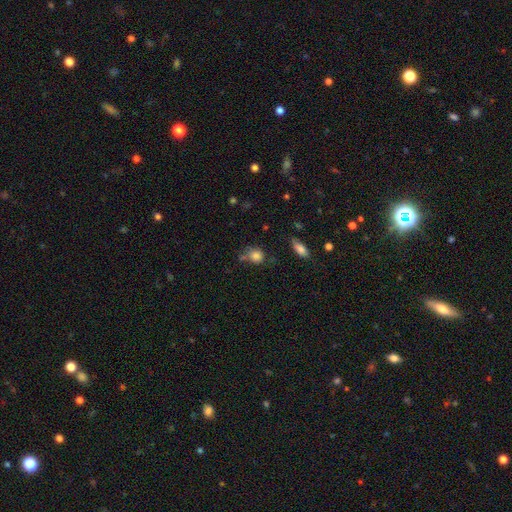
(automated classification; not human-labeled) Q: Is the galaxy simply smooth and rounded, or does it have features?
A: smooth — 82%.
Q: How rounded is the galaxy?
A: round — 76%.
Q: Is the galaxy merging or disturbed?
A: none — 58%.